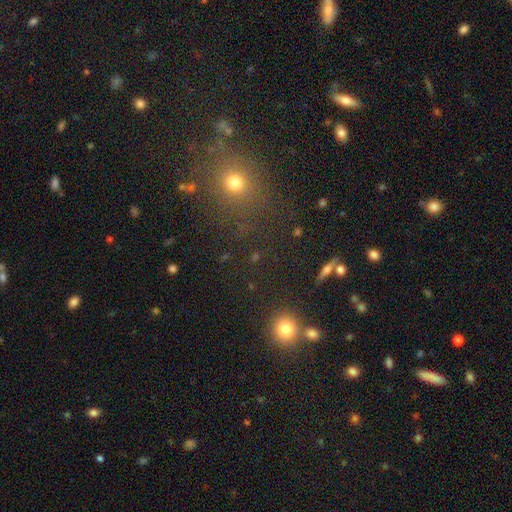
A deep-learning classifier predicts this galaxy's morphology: smooth_or_featured: smooth (p=0.54) [alt: star or artifact p=0.38]
how_rounded: round (p=0.84) [alt: in between p=0.14]
merging: none (p=0.84) [alt: minor disturbance p=0.08]